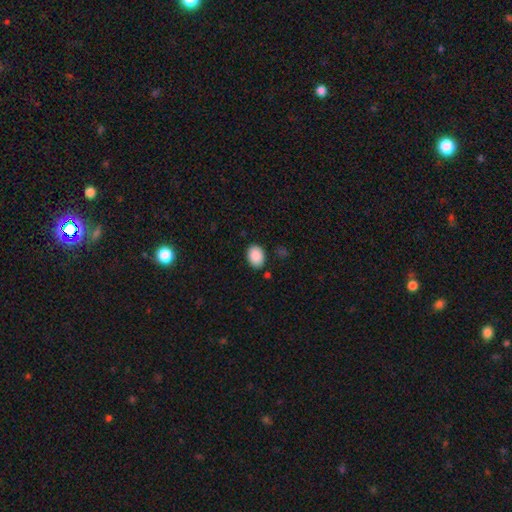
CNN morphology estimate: type=smooth (90%); roundness=in between (79%); merging=none (83%).